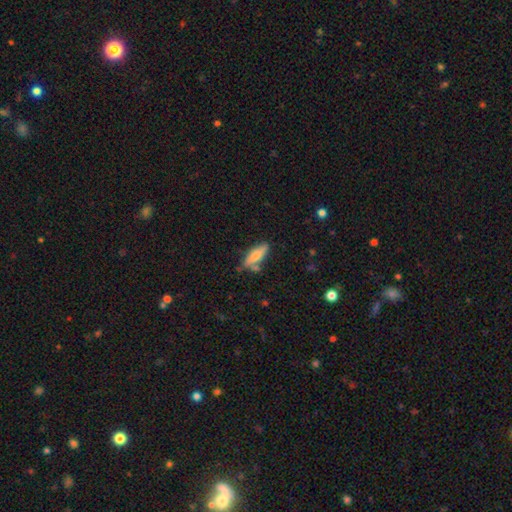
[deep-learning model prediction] Smooth or featured? smooth (69%)
How rounded? in between (56%)
Merging? none (65%)